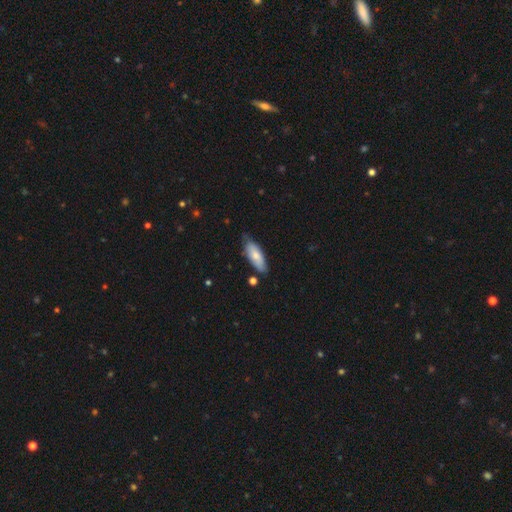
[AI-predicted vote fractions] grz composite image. It shows a smooth galaxy with no disk features (72%) that is in between round and cigar-shaped (71%). Merging: none (68%).